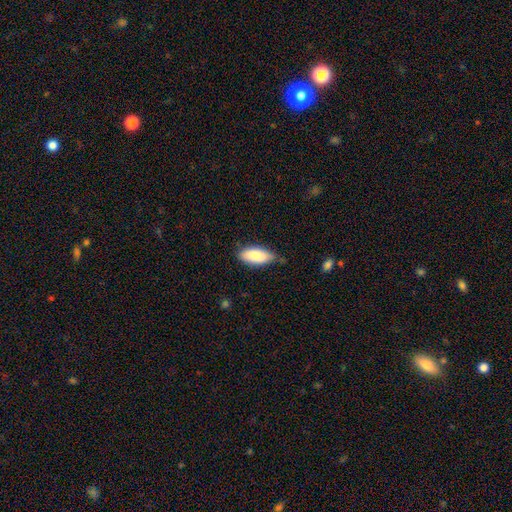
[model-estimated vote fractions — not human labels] Q: Smooth or featured?
A: smooth (87%); runner-up: featured or disk (8%)
Q: How rounded?
A: in between (84%); runner-up: cigar-shaped (15%)
Q: Merging?
A: none (73%); runner-up: minor disturbance (22%)